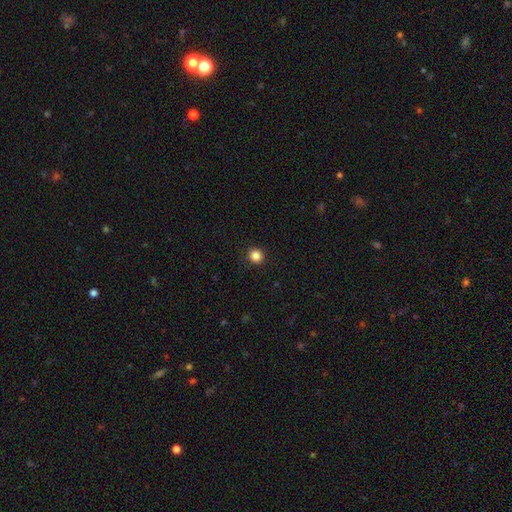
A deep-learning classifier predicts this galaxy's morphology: A smooth galaxy with no disk features (86%) that is round (92%).

Vote fractions:
- Smooth or featured? smooth: 86% / star or artifact: 11% / featured or disk: 3%
- How rounded? round: 92% / in between: 7% / cigar-shaped: 1%
- Merging? none: 92% / minor disturbance: 5% / major disturbance: 2% / merger: 1%